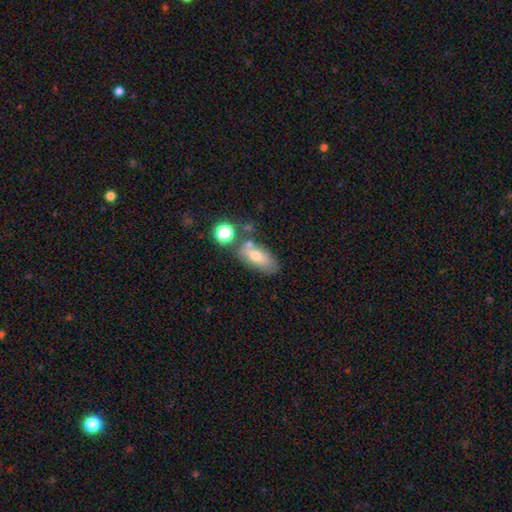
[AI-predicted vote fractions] Smooth or featured?
  - smooth: 64% *
  - featured or disk: 26%
  - star or artifact: 10%
How rounded?
  - in between: 82% *
  - cigar-shaped: 12%
  - round: 6%
Merging?
  - none: 54% *
  - minor disturbance: 19%
  - merger: 19%
  - major disturbance: 8%